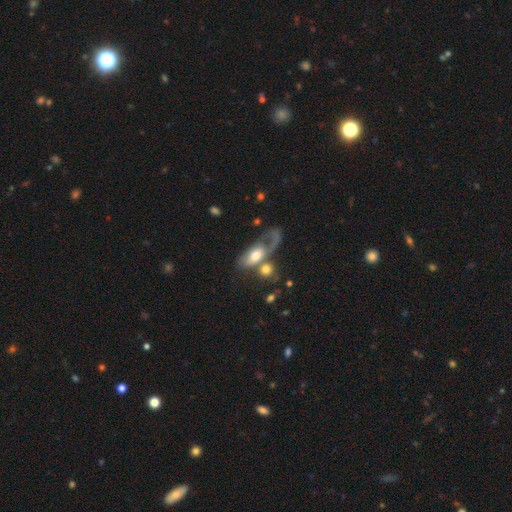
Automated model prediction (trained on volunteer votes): Morphology: type=smooth (50%); merging=merger (40%).